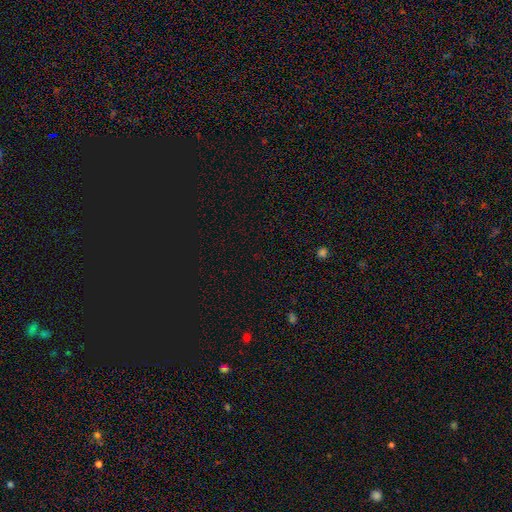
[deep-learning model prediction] A star or artifact, not a galaxy (68%).

Vote fractions:
- Smooth or featured? star or artifact: 68% / smooth: 25% / featured or disk: 7%